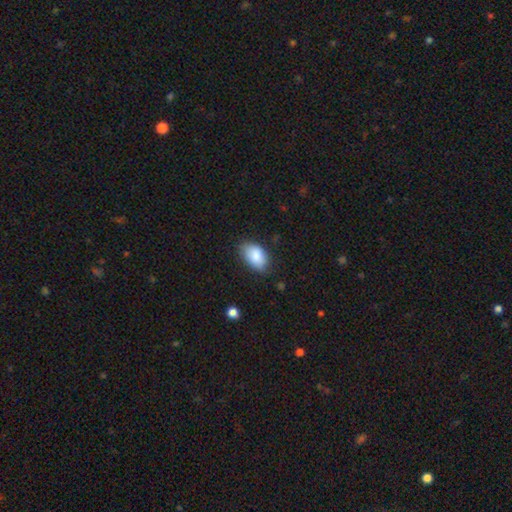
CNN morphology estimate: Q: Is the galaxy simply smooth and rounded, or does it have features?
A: smooth — 87%.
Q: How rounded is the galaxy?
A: in between — 92%.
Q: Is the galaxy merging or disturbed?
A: none — 75%.